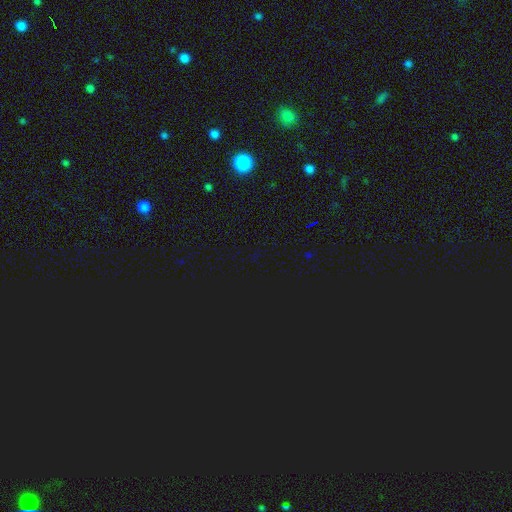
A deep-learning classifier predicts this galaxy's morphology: A star or artifact, not a galaxy (78%).